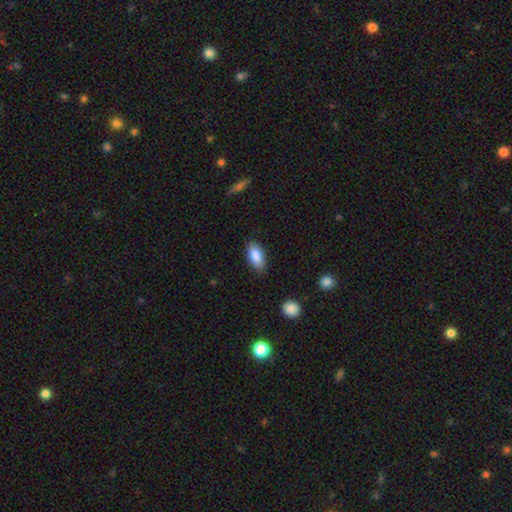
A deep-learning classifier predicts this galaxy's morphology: Smooth or featured: smooth — 87% (featured or disk — 7%)
How rounded: in between — 89% (cigar-shaped — 9%)
Merging: none — 83% (minor disturbance — 13%)